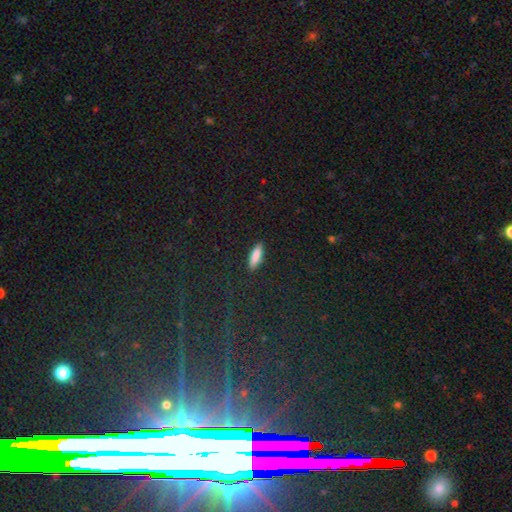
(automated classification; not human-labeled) Overall: smooth (83%). How rounded: cigar-shaped (63%; in between 35%). Merging: none (88%).